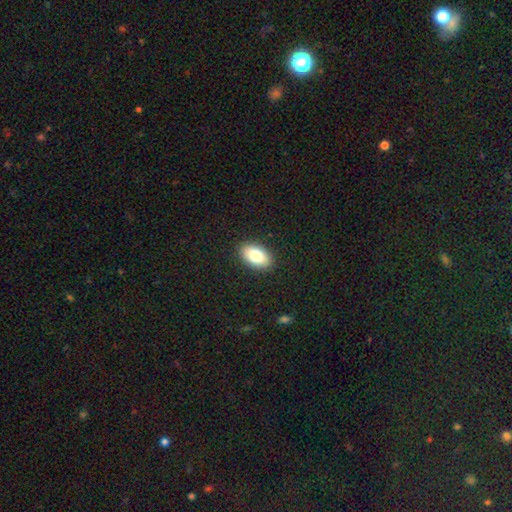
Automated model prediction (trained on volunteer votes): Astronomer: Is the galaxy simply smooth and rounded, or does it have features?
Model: smooth — 80%.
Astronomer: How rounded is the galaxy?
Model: in between — 93%.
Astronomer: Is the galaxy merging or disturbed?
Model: none — 90%.